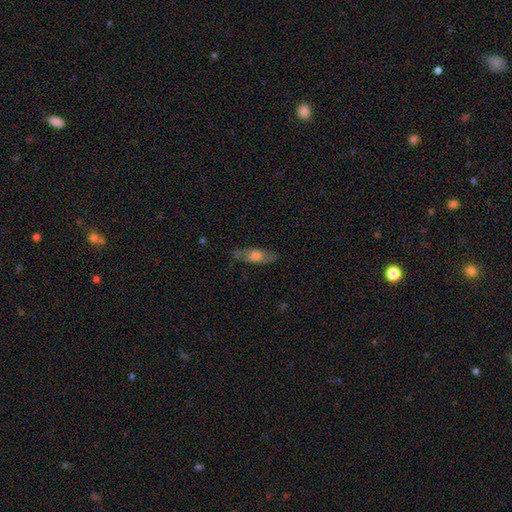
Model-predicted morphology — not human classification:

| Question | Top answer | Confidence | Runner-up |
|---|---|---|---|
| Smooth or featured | smooth | 53% | featured or disk (41%) |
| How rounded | in between | 67% | cigar-shaped (29%) |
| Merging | none | 76% | minor disturbance (17%) |